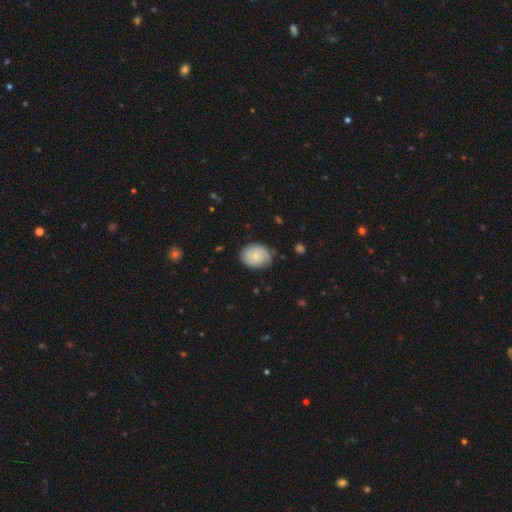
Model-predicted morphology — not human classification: This is likely a smooth galaxy (72%). How rounded: likely in between (67%). Merging: likely none (74%).